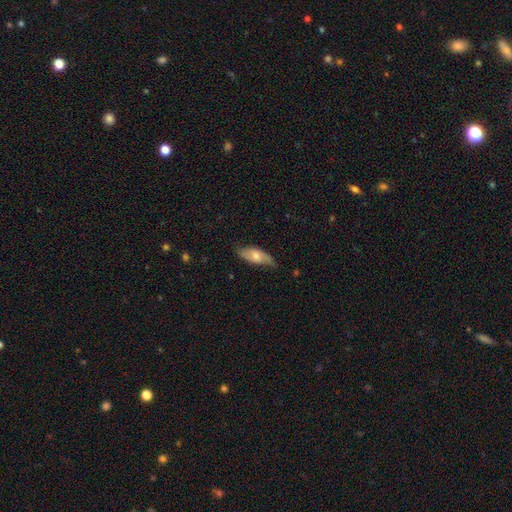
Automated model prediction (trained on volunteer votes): Q: Smooth or featured?
A: smooth (53%); runner-up: featured or disk (41%)
Q: How rounded?
A: in between (75%); runner-up: cigar-shaped (22%)
Q: Merging?
A: none (67%); runner-up: minor disturbance (27%)